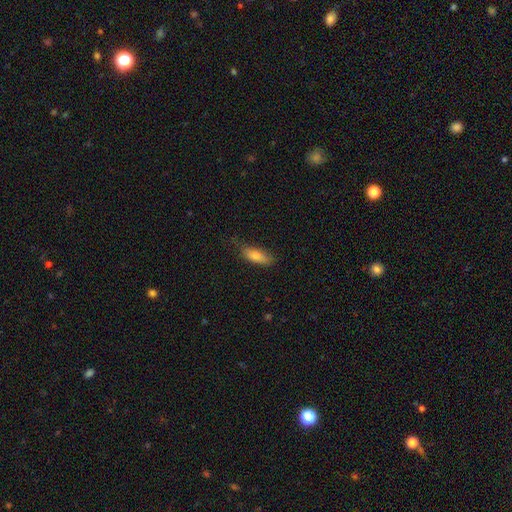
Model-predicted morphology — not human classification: Overall: smooth (79%). How rounded: in between (65%; cigar-shaped 33%). Merging: none (66%; minor disturbance 26%).